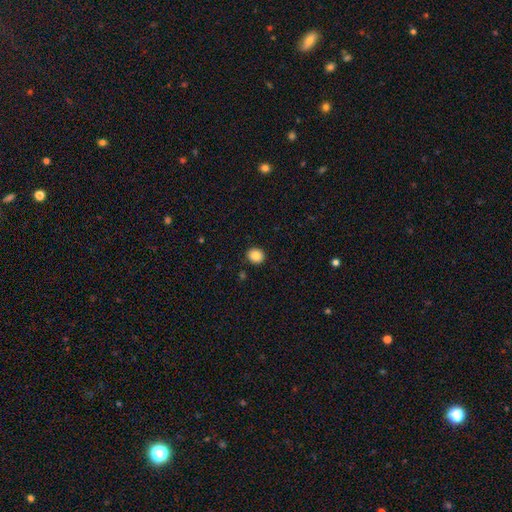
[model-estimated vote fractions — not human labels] smooth_or_featured: smooth (p=0.87) [alt: star or artifact p=0.09]
how_rounded: round (p=0.78) [alt: in between p=0.21]
merging: none (p=0.91) [alt: minor disturbance p=0.06]